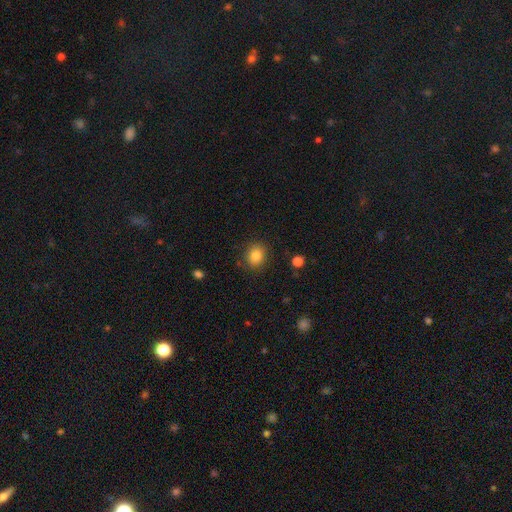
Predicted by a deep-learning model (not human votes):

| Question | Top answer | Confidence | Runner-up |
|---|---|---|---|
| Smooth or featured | smooth | 84% | star or artifact (10%) |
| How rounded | round | 71% | in between (28%) |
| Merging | none | 87% | minor disturbance (9%) |